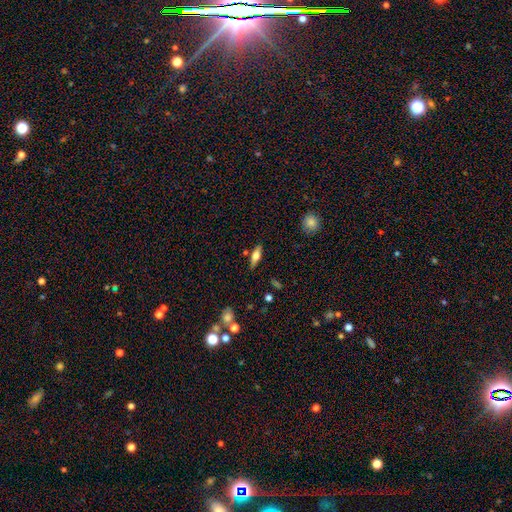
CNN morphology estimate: Smooth or featured? smooth (55%)
How rounded? in between (61%)
Merging? none (84%)